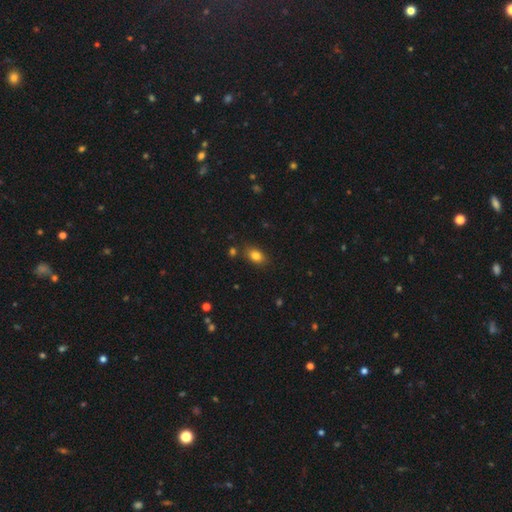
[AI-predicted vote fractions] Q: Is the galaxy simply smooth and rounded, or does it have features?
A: smooth — 82%.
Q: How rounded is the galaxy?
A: in between — 81%.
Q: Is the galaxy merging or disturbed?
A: none — 82%.